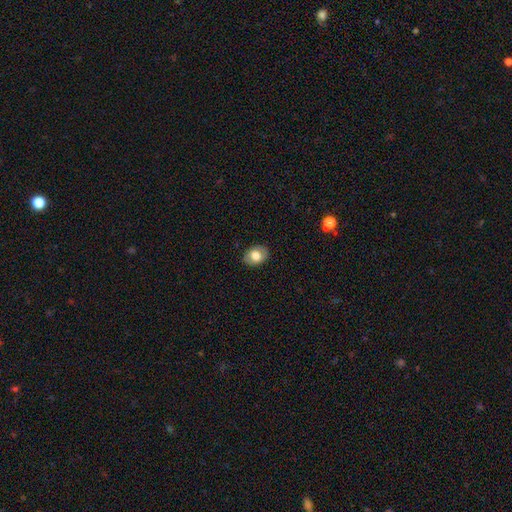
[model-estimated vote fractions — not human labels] The model was most divided on "how rounded": in between: 69%, round: 30%, cigar-shaped: 1%. More confident: merging — none (85%); smooth or featured — smooth (71%).